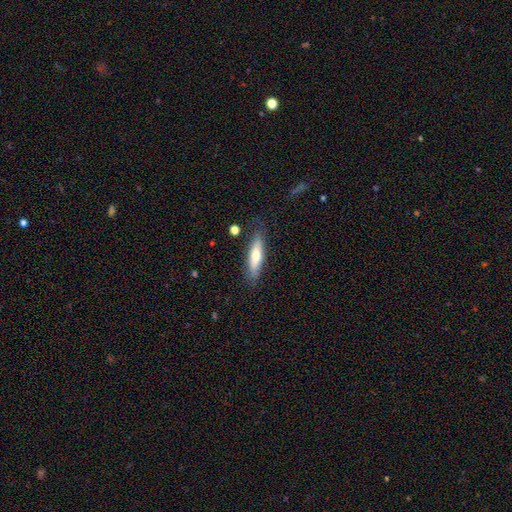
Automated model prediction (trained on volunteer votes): Q: Smooth or featured?
A: smooth (62%); runner-up: featured or disk (32%)
Q: How rounded?
A: cigar-shaped (68%); runner-up: in between (31%)
Q: Merging?
A: none (79%); runner-up: minor disturbance (15%)